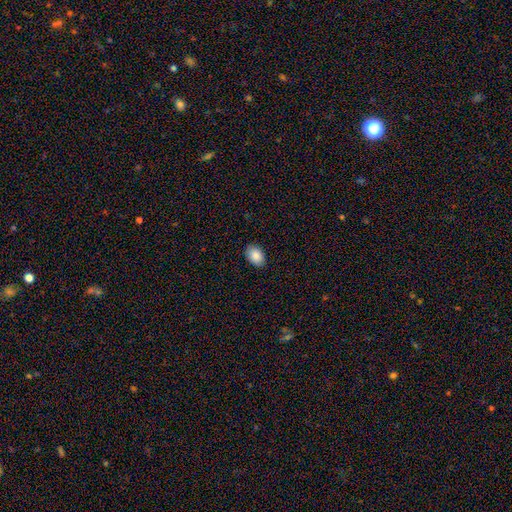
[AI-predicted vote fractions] smooth-or-featured: smooth: 88% | star or artifact: 7% | featured or disk: 5%
  how-rounded: in between: 88% | round: 11% | cigar-shaped: 1%
  merging: none: 89% | minor disturbance: 9% | major disturbance: 2% | merger: 1%